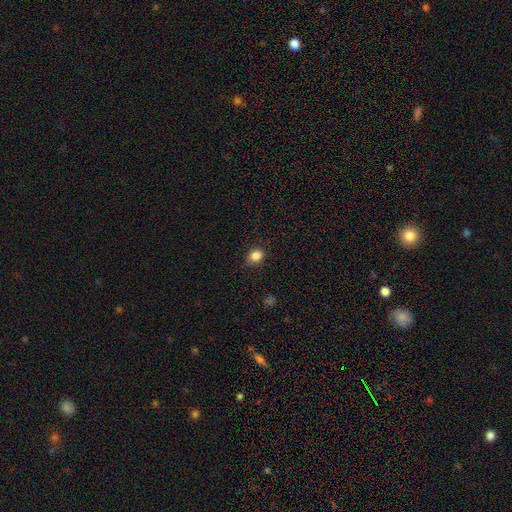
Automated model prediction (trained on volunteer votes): The model was most divided on "how rounded": round: 71%, in between: 28%, cigar-shaped: 1%. More confident: smooth or featured — smooth (84%); merging — none (82%).